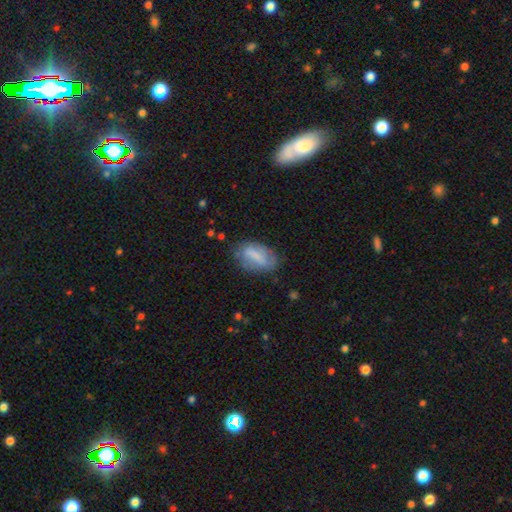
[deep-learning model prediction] Morphology: type=smooth (63%); roundness=in between (88%); merging=none (66%).